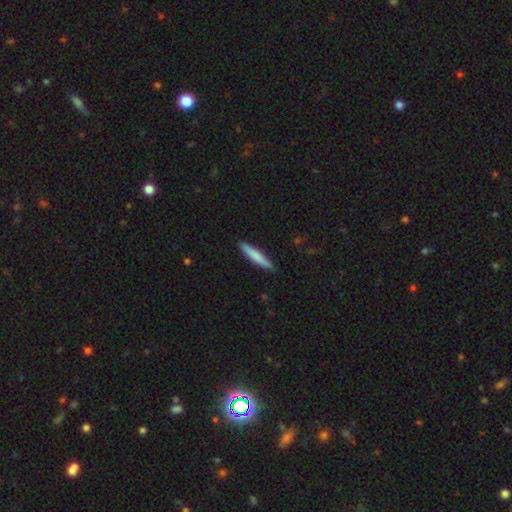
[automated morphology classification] type=smooth (75%); roundness=cigar-shaped (92%); merging=none (87%).